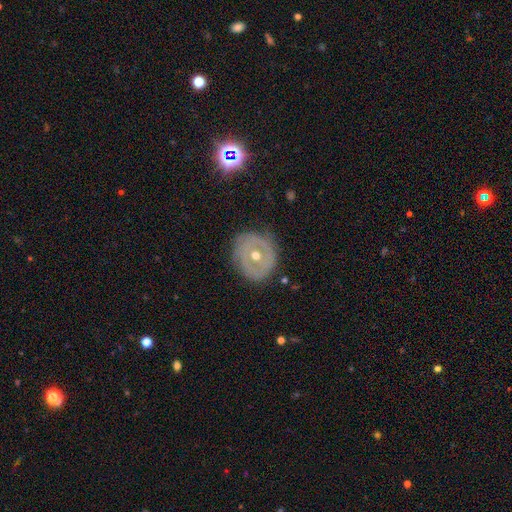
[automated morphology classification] featured or disk 66%, smooth 25%, star or artifact 9%. Down the decision tree: edge-on disk — no (95%); bar — no (72%); spiral arms — no (63%); bulge size — moderate (60%); merging — none (79%).